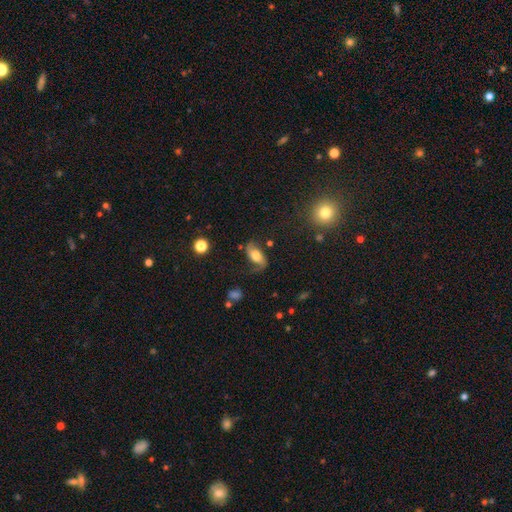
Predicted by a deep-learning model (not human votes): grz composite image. It shows a featured or disk galaxy (56%) with no bar (56%), spiral arms (87%) and a moderate central bulge (44%). Merging: none (60%).